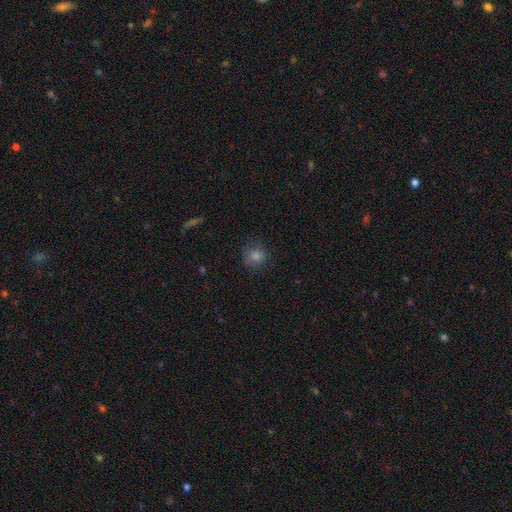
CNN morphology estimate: Q: Smooth or featured?
A: smooth (71%); runner-up: star or artifact (18%)
Q: How rounded?
A: round (86%); runner-up: in between (13%)
Q: Merging?
A: none (77%); runner-up: minor disturbance (16%)